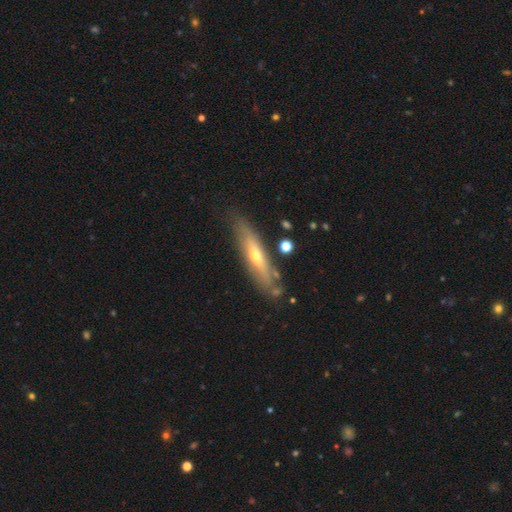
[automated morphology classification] The model was most divided on "smooth or featured": featured or disk: 53%, smooth: 40%, star or artifact: 7%. More confident: merging — none (77%); edge-on disk — yes (70%).